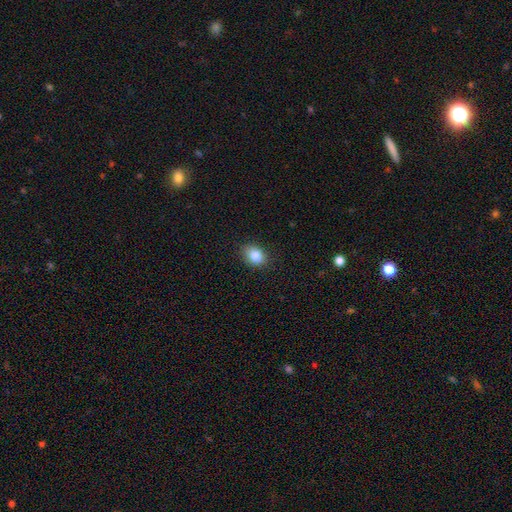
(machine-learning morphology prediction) Smooth or featured? smooth (84%)
How rounded? in between (61%)
Merging? none (85%)